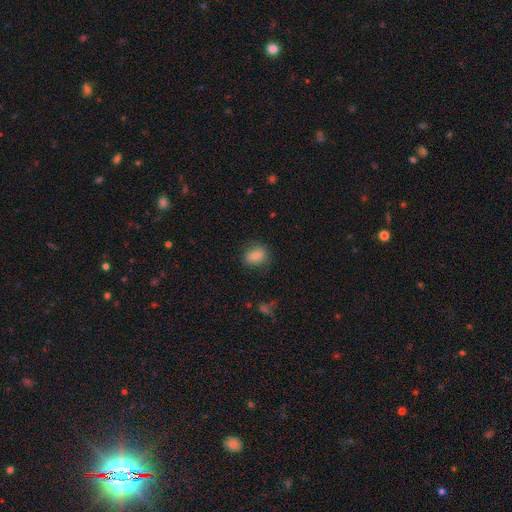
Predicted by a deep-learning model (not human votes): Overall: smooth (77%). How rounded: round (54%; in between 45%). Merging: none (79%).